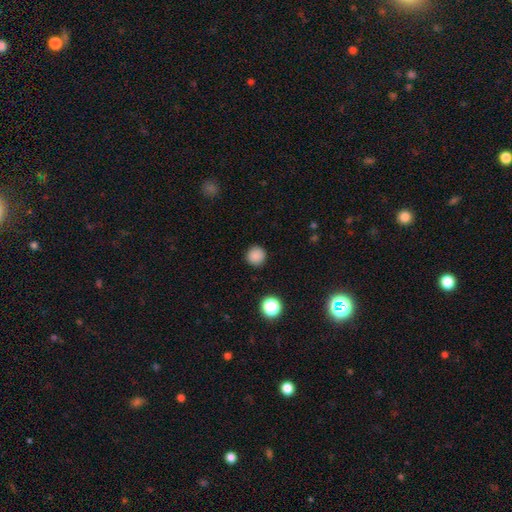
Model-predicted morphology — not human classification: type=smooth (85%); roundness=round (95%); merging=none (91%).